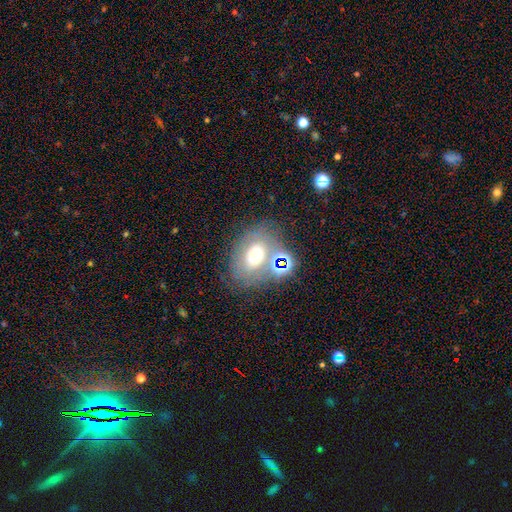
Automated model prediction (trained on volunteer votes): This is possibly a smooth galaxy (49%). Merging: possibly none (60%).